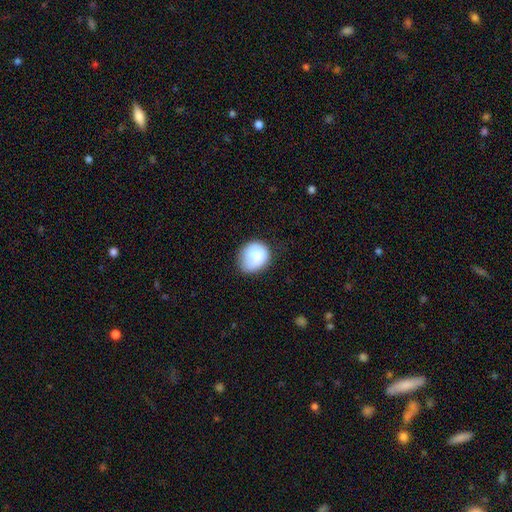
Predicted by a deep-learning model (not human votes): Q: Smooth or featured?
A: smooth (81%); runner-up: featured or disk (12%)
Q: How rounded?
A: round (66%); runner-up: in between (33%)
Q: Merging?
A: none (65%); runner-up: minor disturbance (26%)